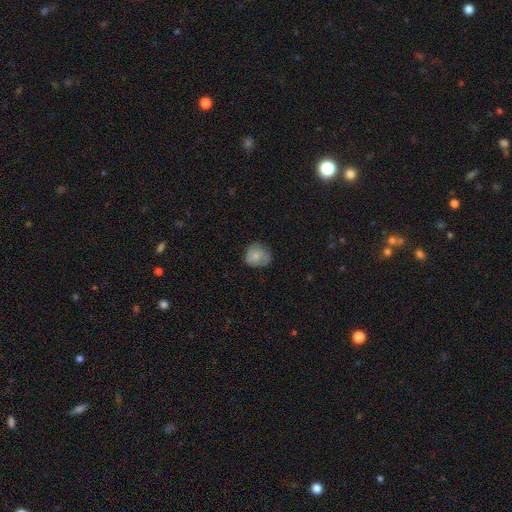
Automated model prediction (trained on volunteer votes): Overall: smooth (77%). How rounded: round (77%). Merging: none (62%; minor disturbance 28%).